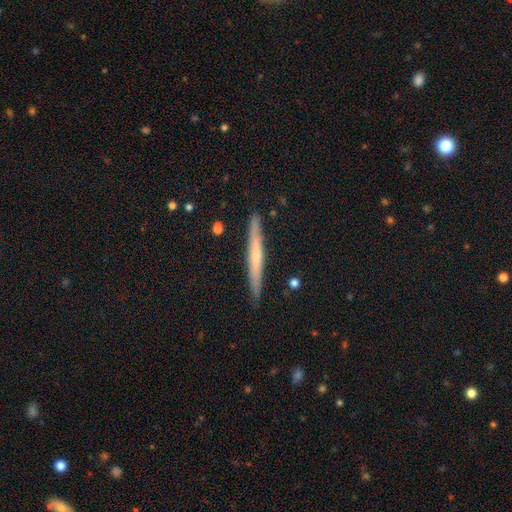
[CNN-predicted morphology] featured or disk 50%, smooth 45%, star or artifact 6%. Down the decision tree: merging — none (89%).